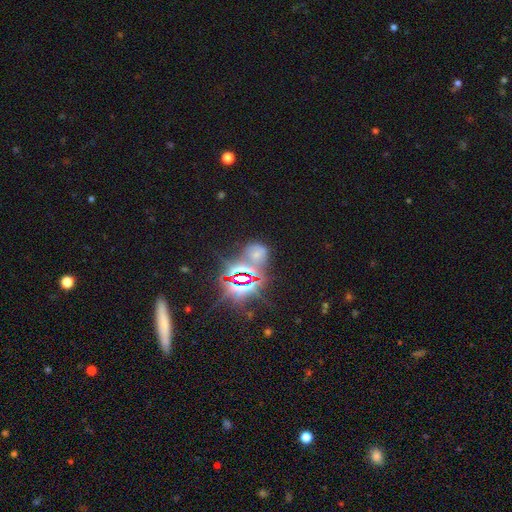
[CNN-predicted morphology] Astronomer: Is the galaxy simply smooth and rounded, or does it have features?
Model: star or artifact — 60%.